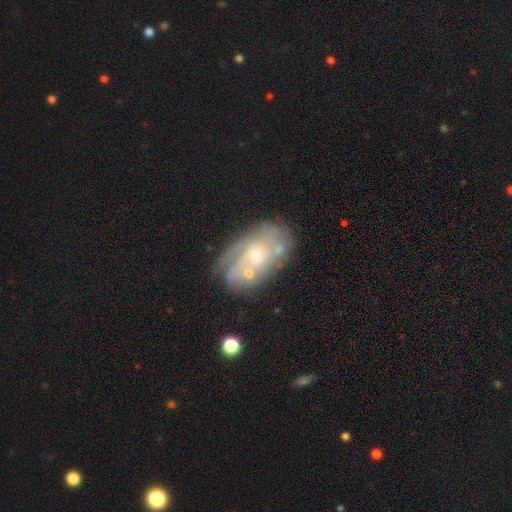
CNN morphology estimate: featured or disk 70%, smooth 21%, star or artifact 8%. Down the decision tree: edge-on disk — no (95%); bar — no (68%); spiral arms — yes (71%); bulge size — small (54%); merging — none (54%).